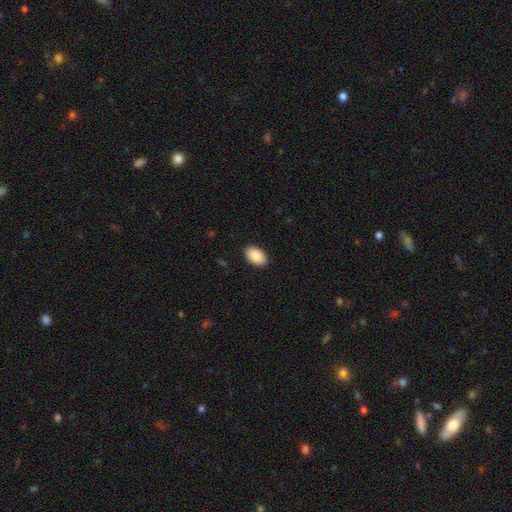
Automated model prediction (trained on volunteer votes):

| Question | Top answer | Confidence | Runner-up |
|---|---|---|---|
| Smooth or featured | smooth | 90% | star or artifact (6%) |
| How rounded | in between | 93% | round (6%) |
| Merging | none | 90% | minor disturbance (7%) |